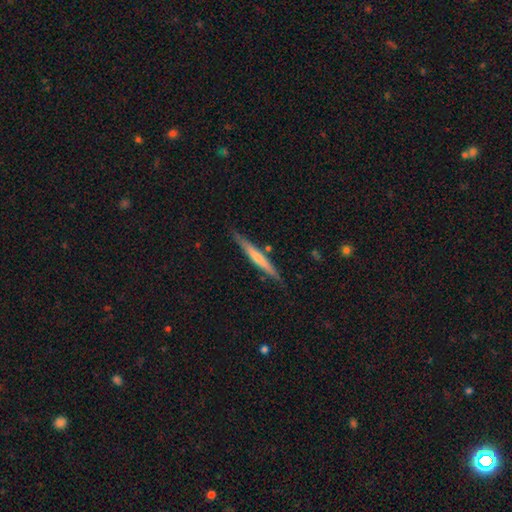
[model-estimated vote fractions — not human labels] Smooth or featured? smooth (48%)
Merging? none (84%)